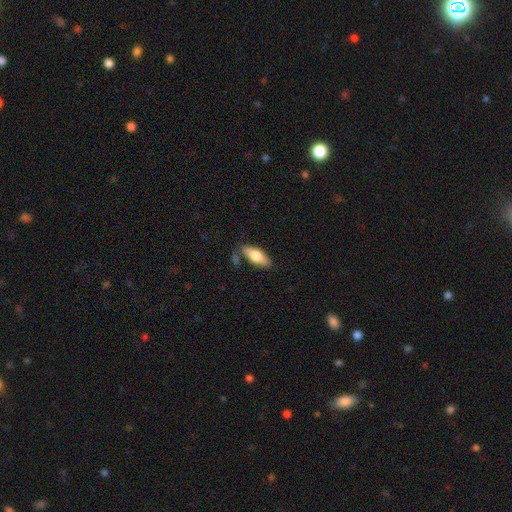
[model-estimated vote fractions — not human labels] A smooth galaxy with no disk features (70%) that is in between round and cigar-shaped (70%).

Vote fractions:
- Smooth or featured? smooth: 70% / featured or disk: 25% / star or artifact: 6%
- How rounded? in between: 70% / cigar-shaped: 28% / round: 3%
- Merging? none: 74% / minor disturbance: 16% / merger: 6% / major disturbance: 4%